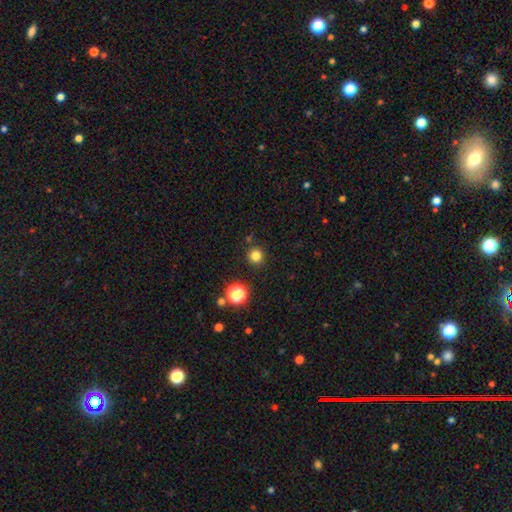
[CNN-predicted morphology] The model was most divided on "smooth or featured": smooth: 80%, star or artifact: 15%, featured or disk: 4%. More confident: how rounded — round (95%); merging — none (88%).